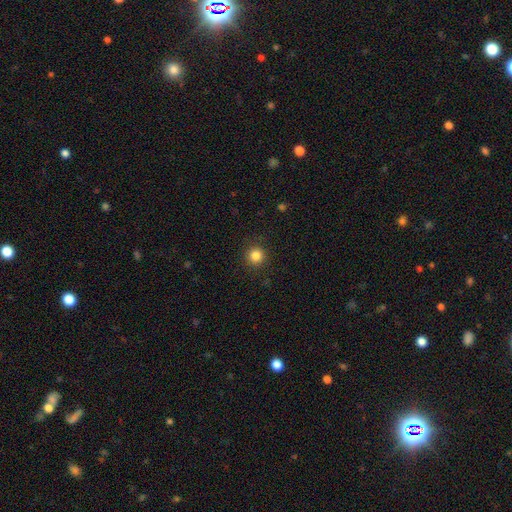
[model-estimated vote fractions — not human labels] Q: Smooth or featured?
A: smooth (84%); runner-up: star or artifact (12%)
Q: How rounded?
A: round (95%); runner-up: in between (4%)
Q: Merging?
A: none (91%); runner-up: minor disturbance (6%)